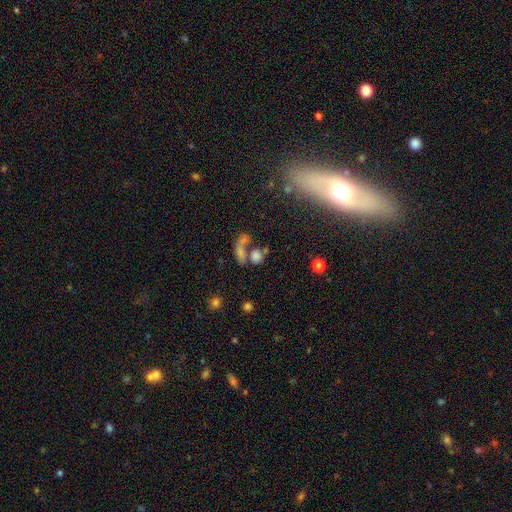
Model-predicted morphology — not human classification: A smooth galaxy with no disk features (69%) that is in between round and cigar-shaped (49%). Merging: merger (49%).